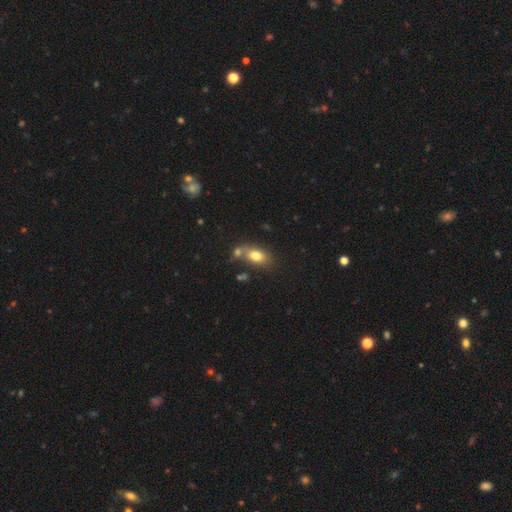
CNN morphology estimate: type=smooth (78%); roundness=in between (81%); merging=none (50%).